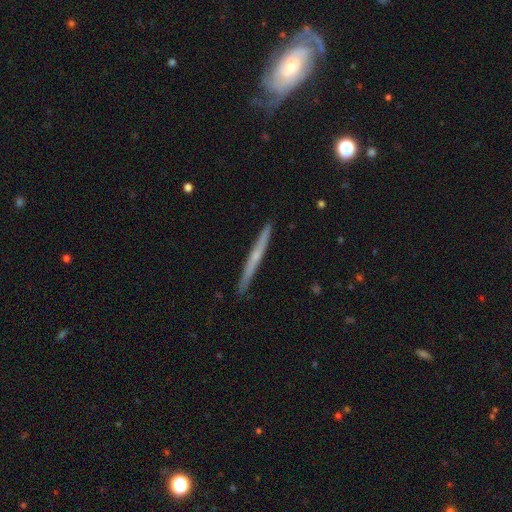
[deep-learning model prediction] A featured or disk galaxy (59%) viewed edge-on (97%) with no central bulge (61%).

Vote fractions:
- Smooth or featured? featured or disk: 59% / smooth: 34% / star or artifact: 6%
- Edge-on disk? yes: 97% / no: 3%
- Edge-on bulge? none: 61% / rounded: 35% / boxy: 4%
- Merging? none: 91% / minor disturbance: 7% / major disturbance: 1% / merger: 1%